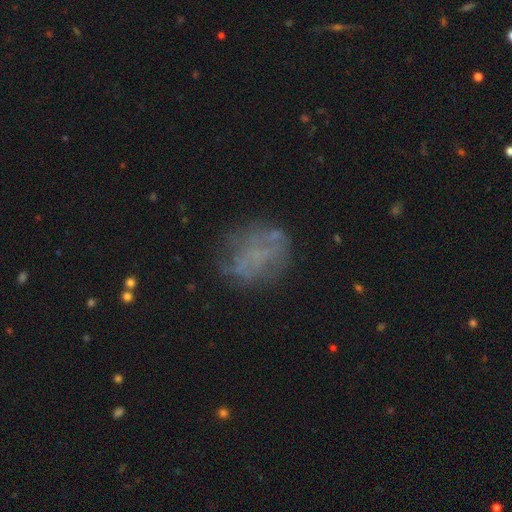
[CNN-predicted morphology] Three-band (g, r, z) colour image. It shows a featured or disk galaxy (43%). Merging: none (66%).